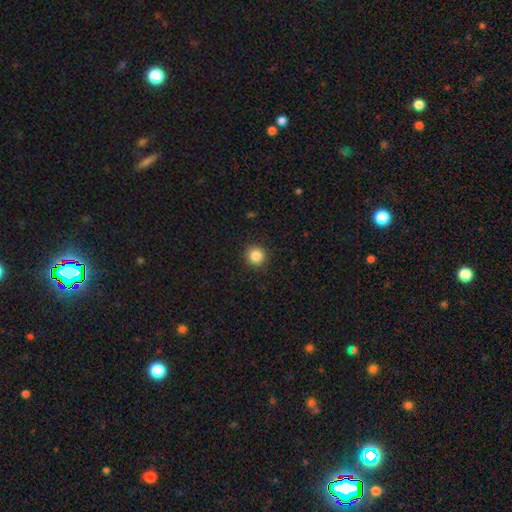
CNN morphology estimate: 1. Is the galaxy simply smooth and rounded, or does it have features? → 85% smooth, 11% star or artifact, 4% featured or disk.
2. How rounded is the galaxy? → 94% round, 6% in between, 1% cigar-shaped.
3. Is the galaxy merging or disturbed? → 92% none, 6% minor disturbance, 2% major disturbance, 1% merger.